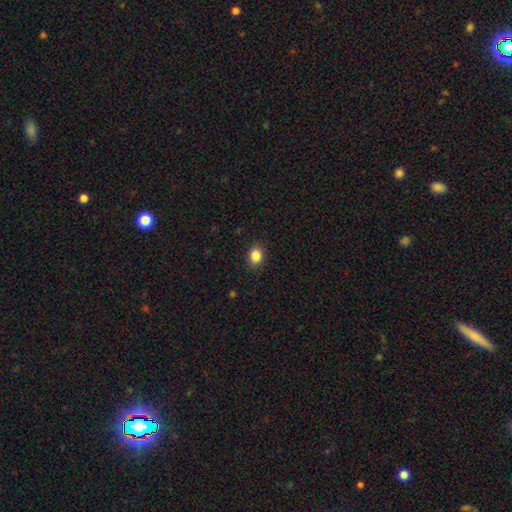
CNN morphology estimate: Smooth or featured? smooth (87%)
How rounded? in between (56%)
Merging? none (89%)